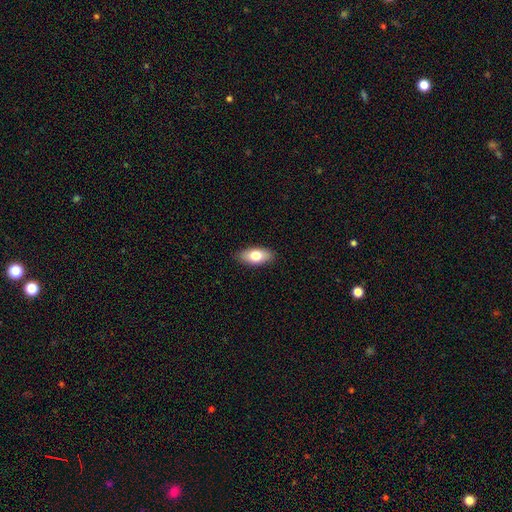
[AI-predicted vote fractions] This is likely a smooth galaxy (76%). How rounded: clearly in between (88%). Merging: clearly none (88%).